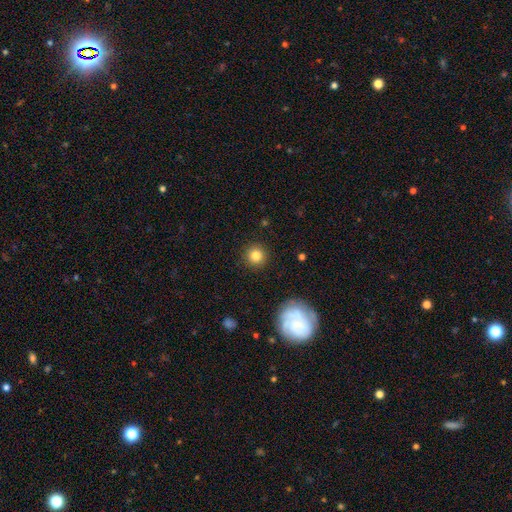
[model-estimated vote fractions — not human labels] The model was most divided on "smooth or featured": smooth: 81%, star or artifact: 11%, featured or disk: 7%. More confident: how rounded — round (94%); merging — none (91%).